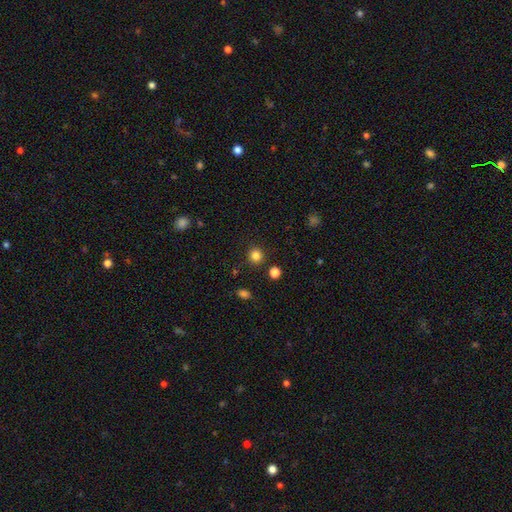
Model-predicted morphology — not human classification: smooth_or_featured: smooth (p=0.83) [alt: star or artifact p=0.13]
how_rounded: round (p=0.93) [alt: in between p=0.06]
merging: none (p=0.89) [alt: minor disturbance p=0.06]